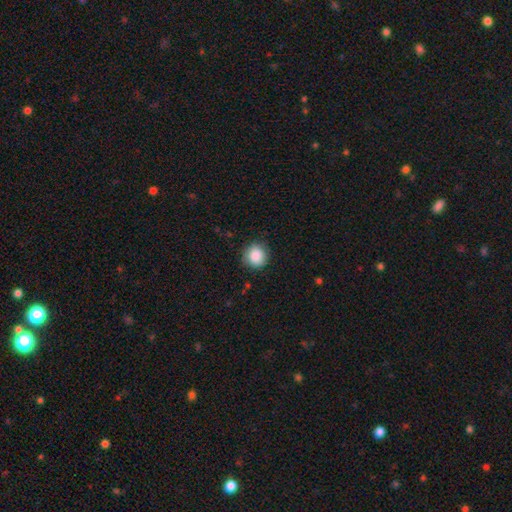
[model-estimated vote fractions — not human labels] This is clearly a smooth galaxy (87%). How rounded: clearly round (88%). Merging: clearly none (84%).